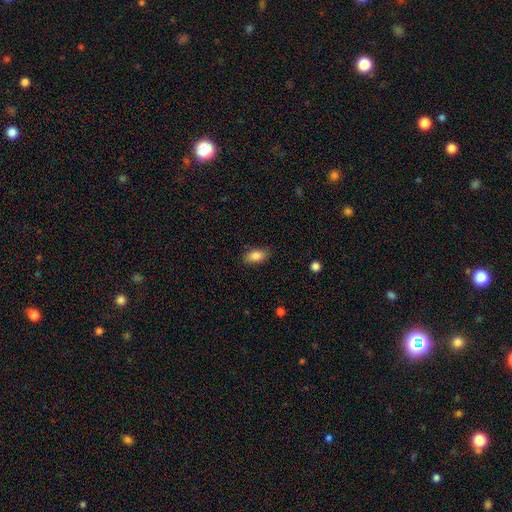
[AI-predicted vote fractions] This appears to be a smooth galaxy with no disk features (86%) that is in between round and cigar-shaped (90%). Merging: none (82%).